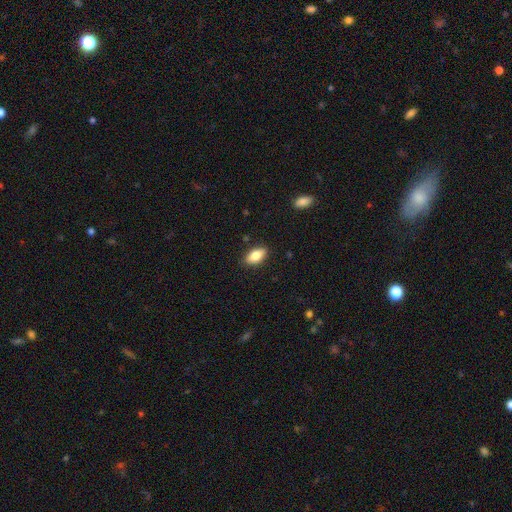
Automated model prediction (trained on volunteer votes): Overall: smooth (80%). How rounded: in between (88%). Merging: none (87%).